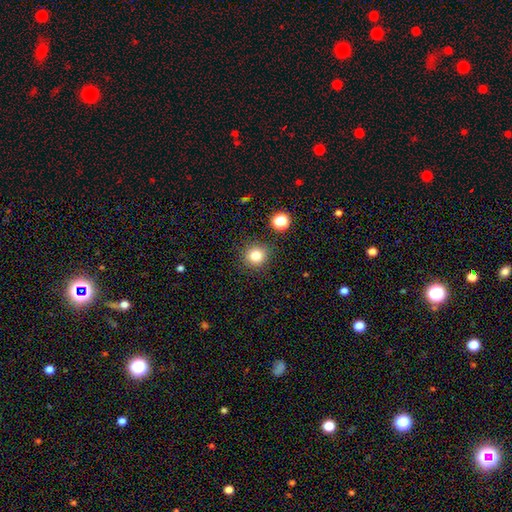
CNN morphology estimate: A smooth galaxy with no disk features (80%) that is round (91%).

Vote fractions:
- Smooth or featured? smooth: 80% / star or artifact: 13% / featured or disk: 7%
- How rounded? round: 91% / in between: 8% / cigar-shaped: 1%
- Merging? none: 88% / minor disturbance: 7% / major disturbance: 3% / merger: 2%